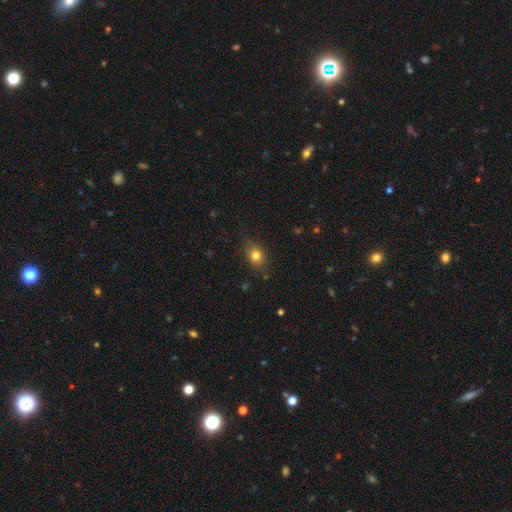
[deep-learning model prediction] smooth_or_featured: smooth (p=0.80) [alt: star or artifact p=0.12]
how_rounded: in between (p=0.52) [alt: round p=0.47]
merging: none (p=0.81) [alt: minor disturbance p=0.14]